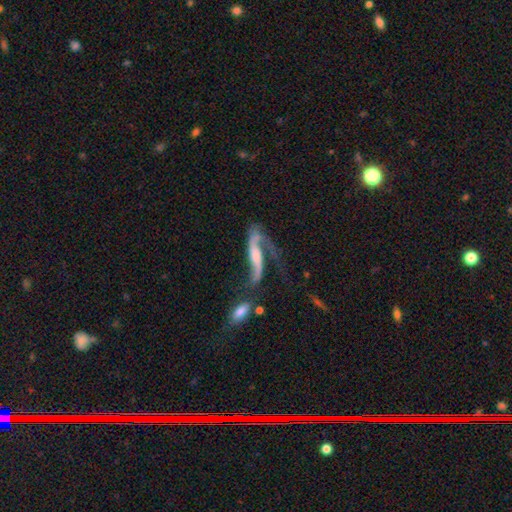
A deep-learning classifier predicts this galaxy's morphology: This appears to be a featured or disk galaxy (74%) with no bar (46%), spiral arms (86%) and no central bulge (30%). Merging: major disturbance (34%).